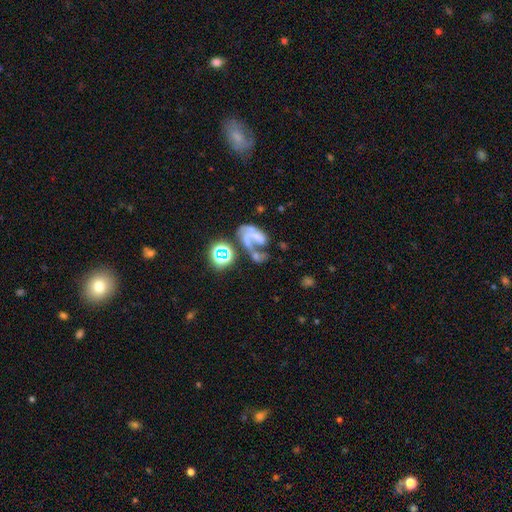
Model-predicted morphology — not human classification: Overall: featured or disk (53%; star or artifact 24%). Edge-on disk: no (97%). Bar: no (72%). Spiral arms: yes (61%; no 39%). Bulge size: none (49%; small 24%). Merging: merger (37%; major disturbance 31%).